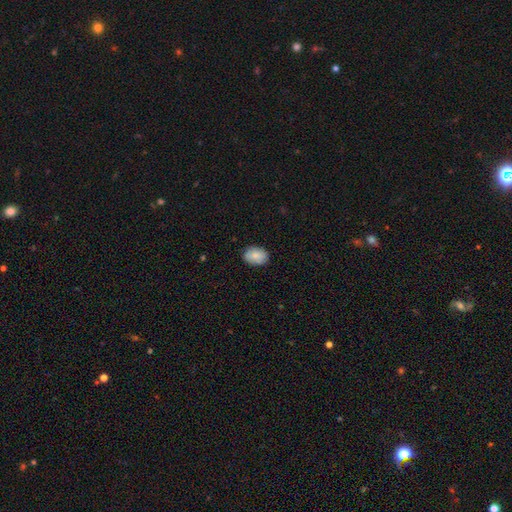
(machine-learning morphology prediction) Smooth or featured: smooth — 83% (featured or disk — 10%)
How rounded: in between — 81% (round — 17%)
Merging: none — 83% (minor disturbance — 13%)